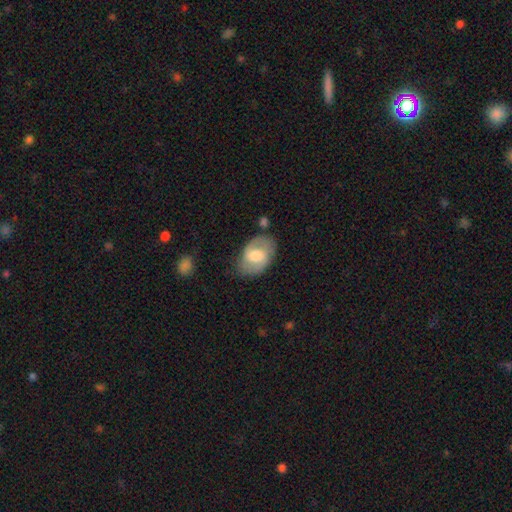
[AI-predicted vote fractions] A featured or disk galaxy (52%). Merging: none (66%).